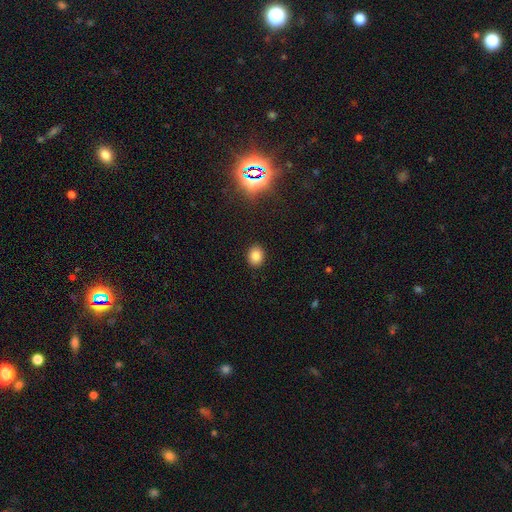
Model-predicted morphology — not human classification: smooth-or-featured: smooth: 83% | star or artifact: 12% | featured or disk: 5%
  how-rounded: round: 51% | in between: 48% | cigar-shaped: 1%
  merging: none: 90% | minor disturbance: 7% | major disturbance: 2% | merger: 1%